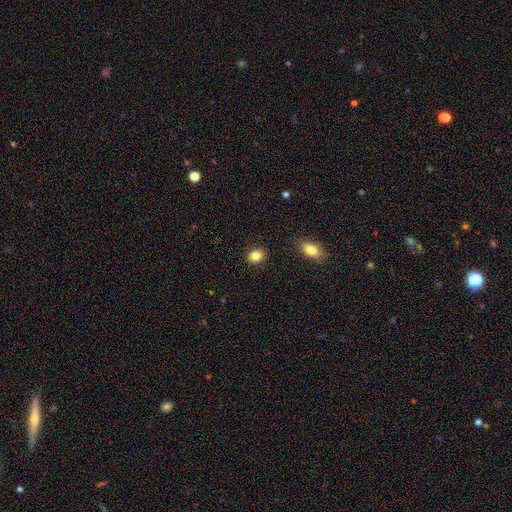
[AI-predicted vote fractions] Smooth or featured? Predicted: smooth (p=0.85). How rounded? Predicted: round (p=0.55). Merging? Predicted: none (p=0.90).